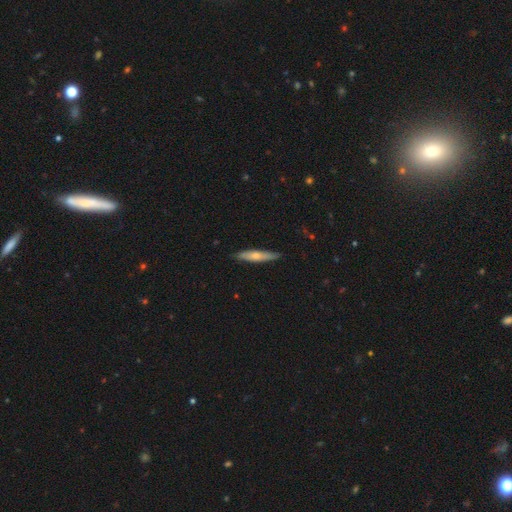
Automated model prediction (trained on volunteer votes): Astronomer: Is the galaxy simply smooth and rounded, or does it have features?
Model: smooth — 53% (runner-up: featured or disk, 41%).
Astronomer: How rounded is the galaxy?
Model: cigar-shaped — 87%.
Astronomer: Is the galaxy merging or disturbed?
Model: none — 86%.